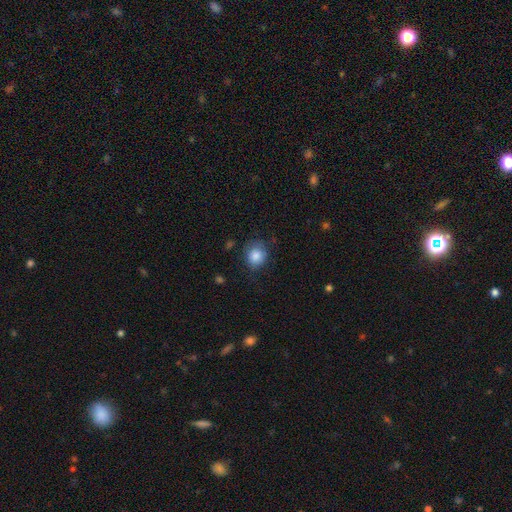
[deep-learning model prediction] smooth 85%, star or artifact 8%, featured or disk 7%. Down the decision tree: how rounded — round (75%); merging — none (69%).